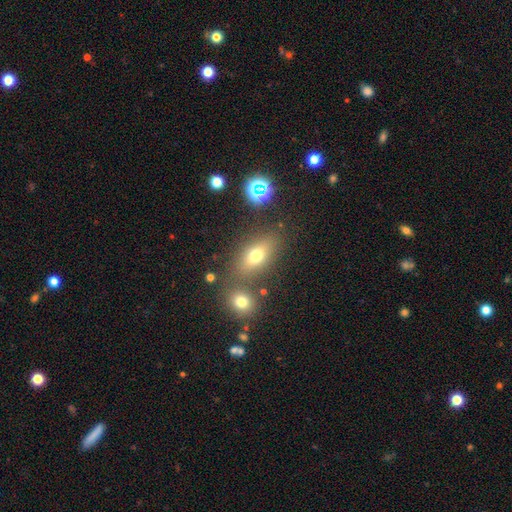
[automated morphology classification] Overall: smooth (68%). How rounded: in between (72%). Merging: none (71%).